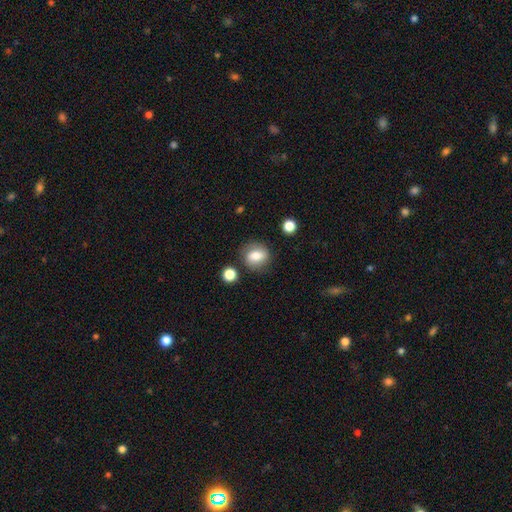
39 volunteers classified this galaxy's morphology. type=smooth (74%); roundness=round (62%); merging=none (84%).